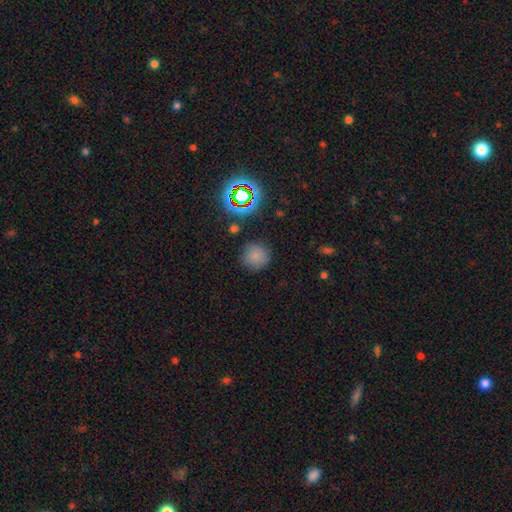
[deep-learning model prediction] Morphology: type=smooth (74%); roundness=round (92%); merging=none (83%).